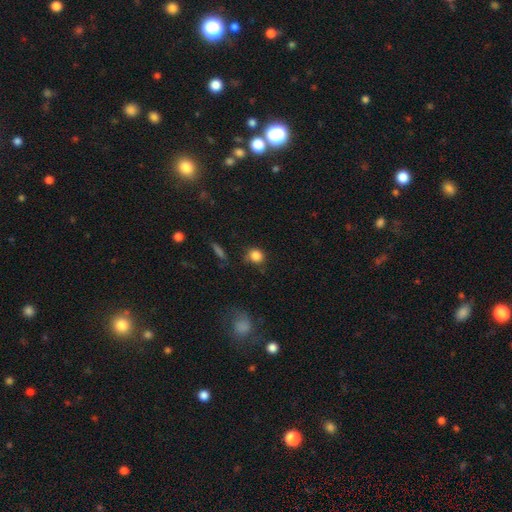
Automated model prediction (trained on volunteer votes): Morphology: type=smooth (84%); roundness=round (79%); merging=none (67%).